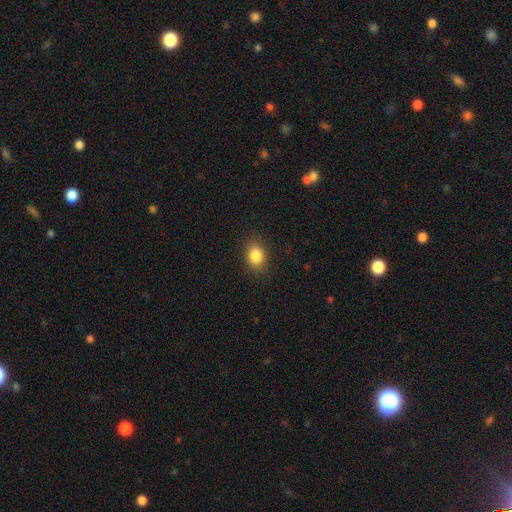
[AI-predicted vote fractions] A smooth galaxy with no disk features (85%) that is in between round and cigar-shaped (59%).

Vote fractions:
- Smooth or featured? smooth: 85% / star or artifact: 10% / featured or disk: 5%
- How rounded? in between: 59% / round: 40% / cigar-shaped: 1%
- Merging? none: 87% / minor disturbance: 9% / major disturbance: 3% / merger: 1%